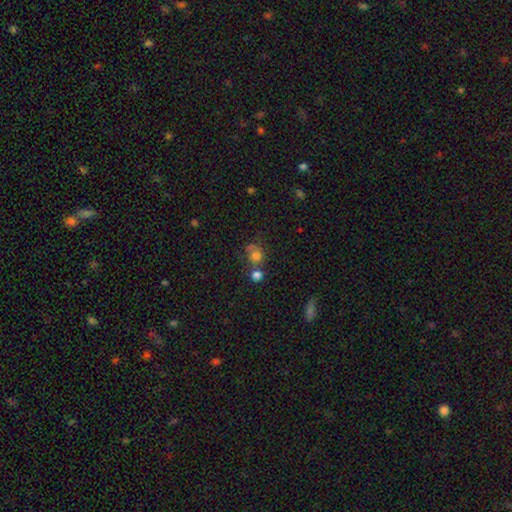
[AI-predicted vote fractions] Smooth or featured?
  - smooth: 70% *
  - star or artifact: 15%
  - featured or disk: 14%
How rounded?
  - round: 79% *
  - in between: 20%
  - cigar-shaped: 1%
Merging?
  - none: 43% *
  - merger: 34%
  - minor disturbance: 13%
  - major disturbance: 9%